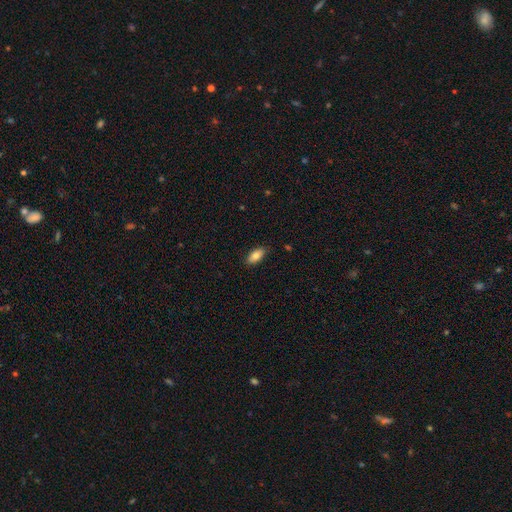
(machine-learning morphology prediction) Smooth or featured? smooth (80%)
How rounded? in between (89%)
Merging? none (87%)